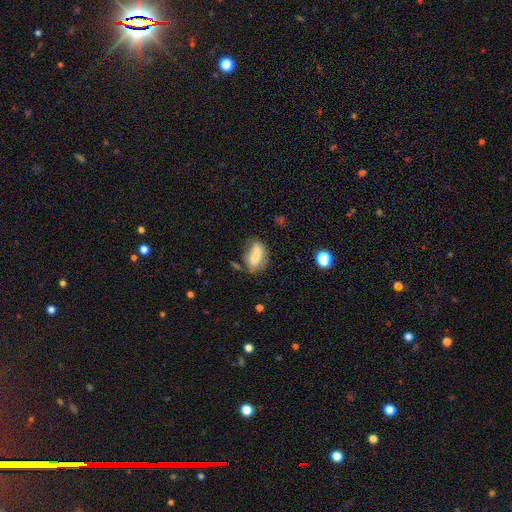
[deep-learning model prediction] Smooth or featured? smooth (70%)
How rounded? in between (87%)
Merging? none (52%)